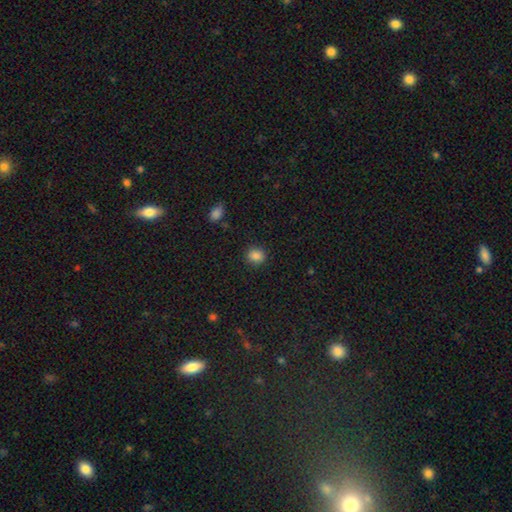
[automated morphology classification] smooth-or-featured: smooth: 86% | star or artifact: 11% | featured or disk: 3%
  how-rounded: round: 72% | in between: 27% | cigar-shaped: 1%
  merging: none: 89% | minor disturbance: 8% | major disturbance: 3% | merger: 1%